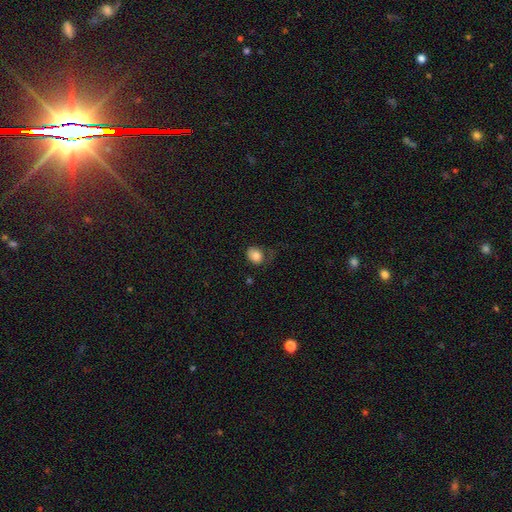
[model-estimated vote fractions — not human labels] A smooth galaxy with no disk features (80%) that is in between round and cigar-shaped (53%).

Vote fractions:
- Smooth or featured? smooth: 80% / featured or disk: 11% / star or artifact: 9%
- How rounded? in between: 53% / round: 46% / cigar-shaped: 1%
- Merging? none: 49% / minor disturbance: 28% / major disturbance: 20% / merger: 3%